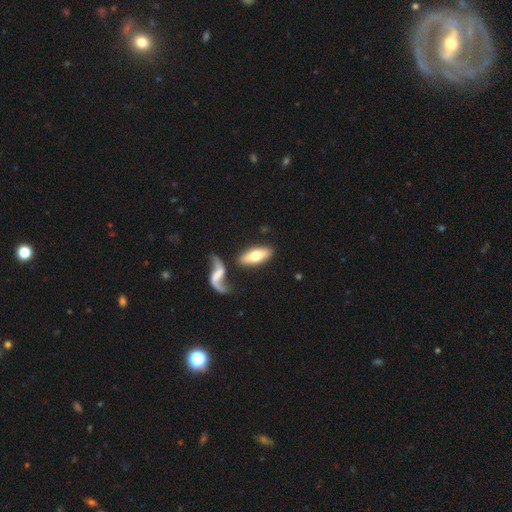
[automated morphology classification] This appears to be a smooth galaxy with no disk features (55%) that is in between round and cigar-shaped (74%). Merging: none (68%).